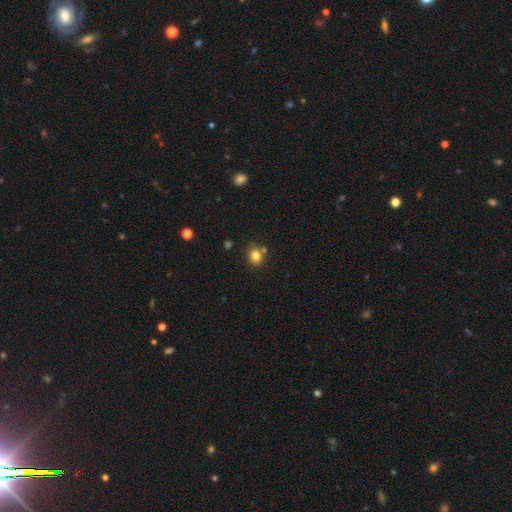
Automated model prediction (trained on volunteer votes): smooth 81%, star or artifact 12%, featured or disk 7%. Down the decision tree: how rounded — round (68%); merging — none (74%).